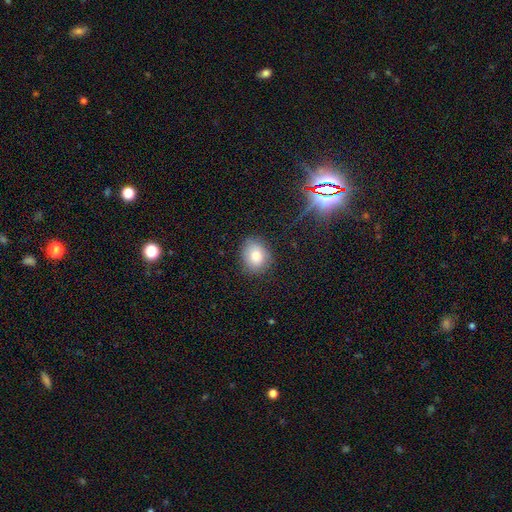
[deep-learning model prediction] Morphology: type=smooth (78%); roundness=round (58%); merging=none (81%).